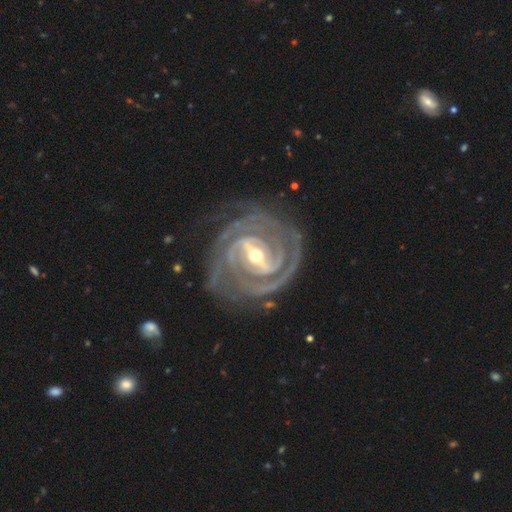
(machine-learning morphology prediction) smooth-or-featured: featured or disk: 93% | star or artifact: 4% | smooth: 3%
  disk-edge-on: no: 97% | yes: 3%
    bar: strong: 65% | weak: 28% | no: 7%
    has-spiral-arms: yes: 98% | no: 2%
      spiral-winding: tight: 77% | medium: 20% | loose: 3%
      spiral-arm-count: 3: 30% | 2: 29% | 4: 16% | can't tell: 12% | more than 4: 7% | 1: 6%
    bulge-size: moderate: 52% | small: 44% | large: 3% | none: 1% | dominant: 1%
  merging: none: 77% | minor disturbance: 15% | major disturbance: 7% | merger: 1%